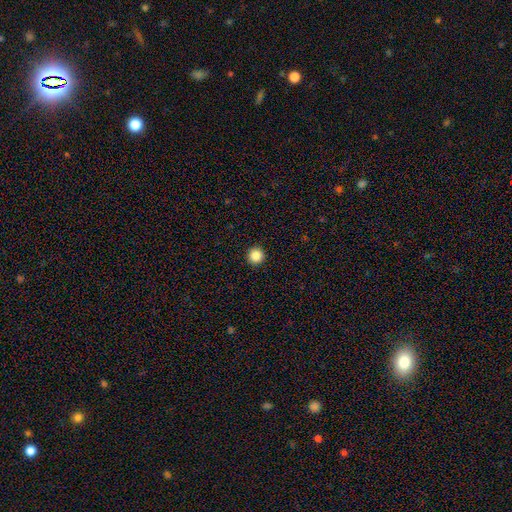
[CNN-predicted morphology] Q: Smooth or featured?
A: smooth (87%); runner-up: star or artifact (10%)
Q: How rounded?
A: round (96%); runner-up: in between (3%)
Q: Merging?
A: none (94%); runner-up: minor disturbance (4%)